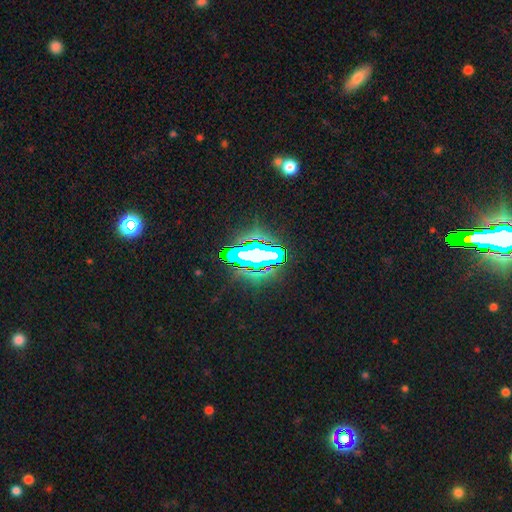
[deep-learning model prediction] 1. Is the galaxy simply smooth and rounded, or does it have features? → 68% star or artifact, 17% smooth, 15% featured or disk.